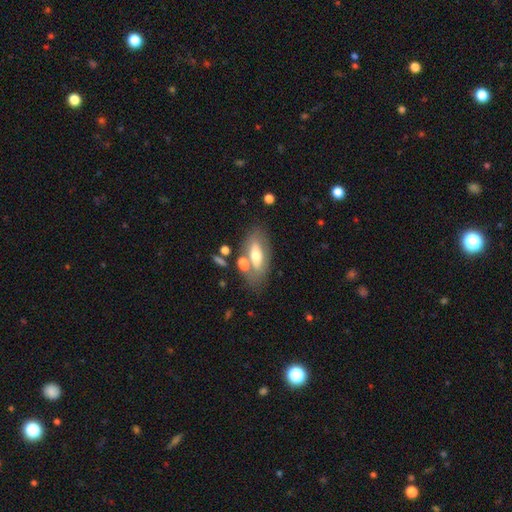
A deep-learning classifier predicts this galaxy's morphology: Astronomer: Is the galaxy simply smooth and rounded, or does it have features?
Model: smooth — 52% (runner-up: featured or disk, 40%).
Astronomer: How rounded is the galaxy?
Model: in between — 80%.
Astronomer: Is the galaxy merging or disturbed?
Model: none — 64%.